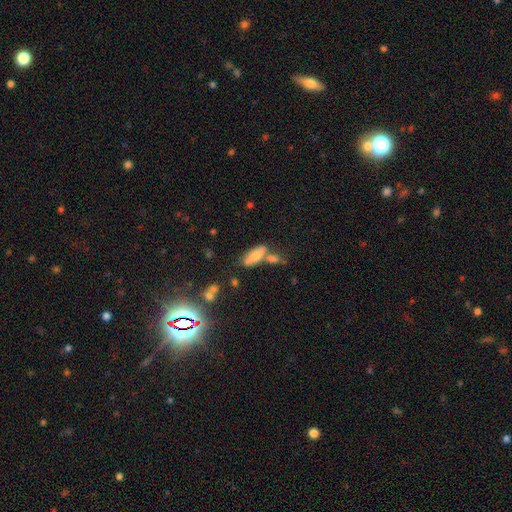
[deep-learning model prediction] Smooth or featured?
  - smooth: 69% *
  - featured or disk: 23%
  - star or artifact: 9%
How rounded?
  - in between: 70% *
  - cigar-shaped: 27%
  - round: 3%
Merging?
  - none: 48% *
  - merger: 28%
  - minor disturbance: 17%
  - major disturbance: 7%